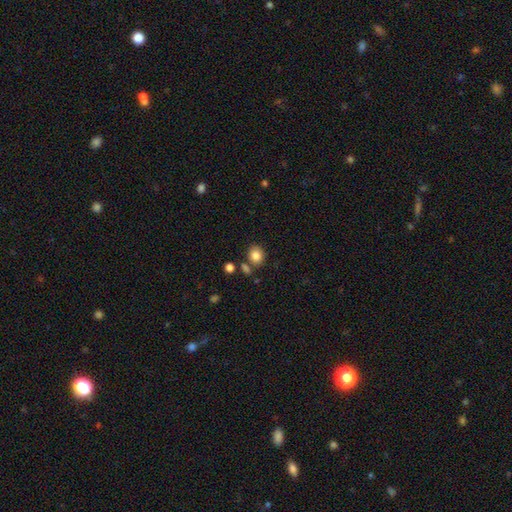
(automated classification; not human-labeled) Smooth or featured? Predicted: smooth (p=0.84). How rounded? Predicted: round (p=0.64). Merging? Predicted: none (p=0.74).